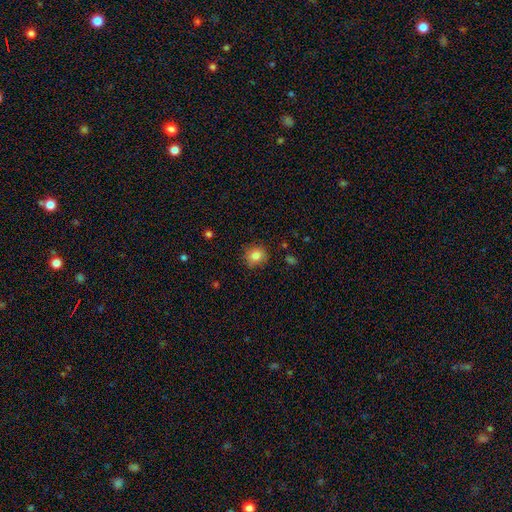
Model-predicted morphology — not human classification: The model was most divided on "how rounded": round: 80%, in between: 19%, cigar-shaped: 1%. More confident: merging — none (84%); smooth or featured — smooth (83%).